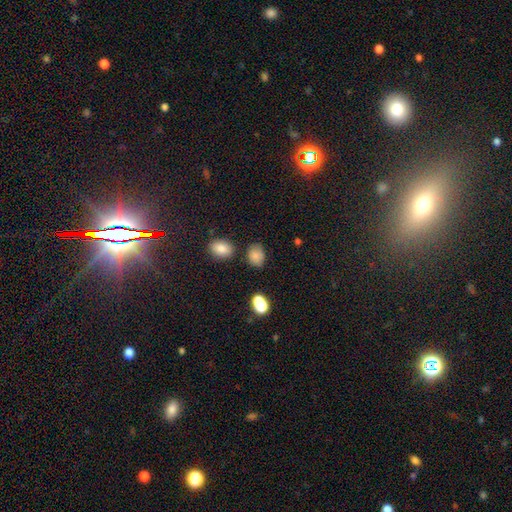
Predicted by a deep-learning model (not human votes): Smooth or featured?
  - smooth: 80% *
  - star or artifact: 13%
  - featured or disk: 7%
How rounded?
  - in between: 54% *
  - round: 44%
  - cigar-shaped: 1%
Merging?
  - none: 73% *
  - minor disturbance: 17%
  - merger: 5%
  - major disturbance: 4%